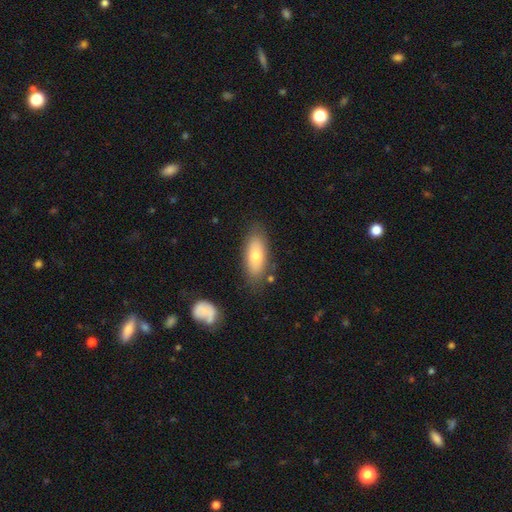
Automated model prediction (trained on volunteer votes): smooth 71%, featured or disk 22%, star or artifact 7%. Down the decision tree: how rounded — in between (76%); merging — none (78%).